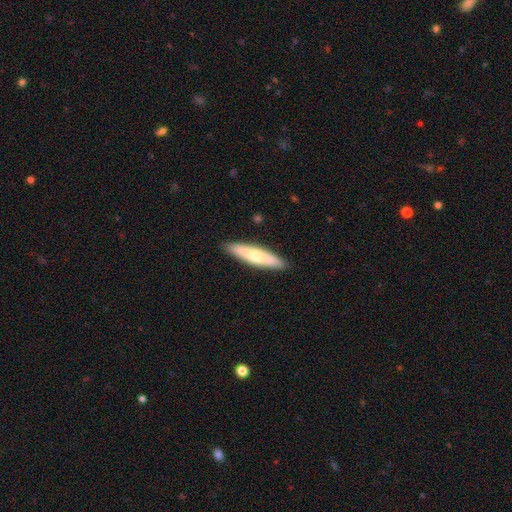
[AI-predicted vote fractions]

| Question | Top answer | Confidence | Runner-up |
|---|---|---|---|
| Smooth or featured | smooth | 60% | featured or disk (35%) |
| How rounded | cigar-shaped | 81% | in between (18%) |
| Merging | none | 89% | minor disturbance (8%) |